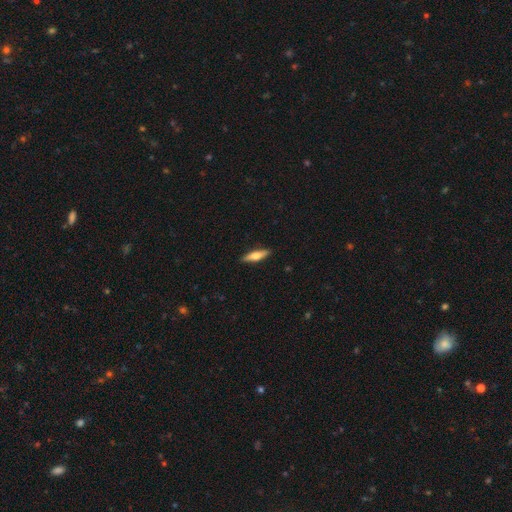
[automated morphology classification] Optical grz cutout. It shows a smooth galaxy with no disk features (61%) that is cigar-shaped (67%). Merging: none (90%).